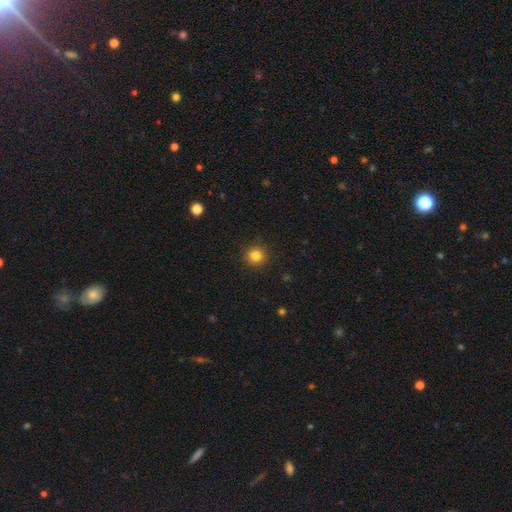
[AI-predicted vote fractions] This appears to be a smooth galaxy with no disk features (83%) that is round (94%). Merging: none (92%).